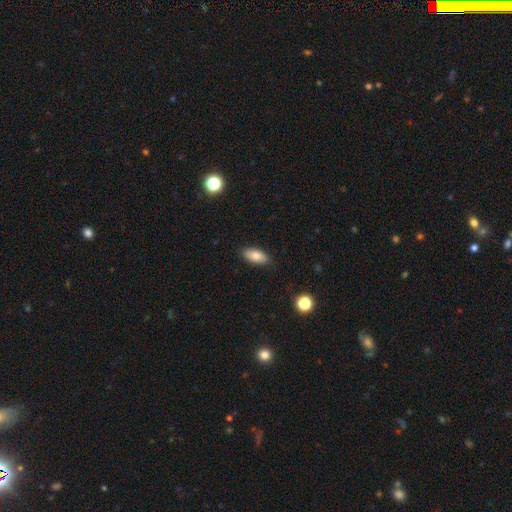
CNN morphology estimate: Smooth or featured? smooth (79%)
How rounded? in between (91%)
Merging? none (87%)